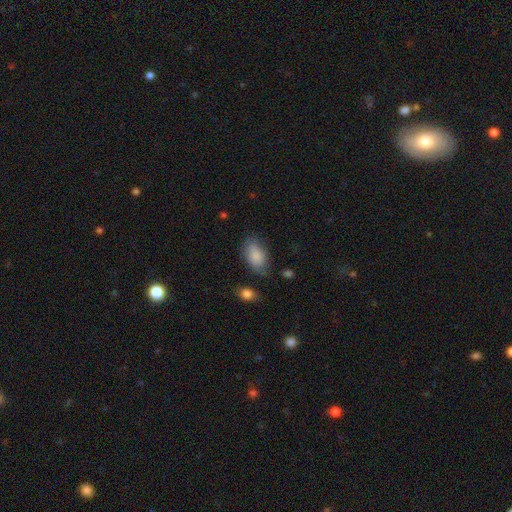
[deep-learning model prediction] This appears to be a smooth galaxy with no disk features (85%) that is in between round and cigar-shaped (92%). Merging: none (69%).